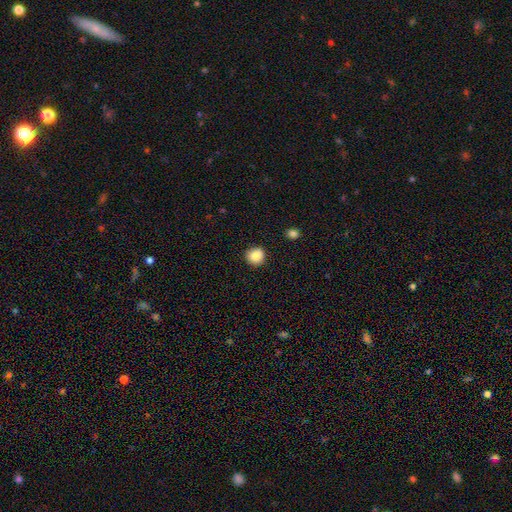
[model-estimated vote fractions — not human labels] smooth_or_featured: smooth (p=0.87) [alt: star or artifact p=0.09]
how_rounded: round (p=0.91) [alt: in between p=0.08]
merging: none (p=0.89) [alt: minor disturbance p=0.07]